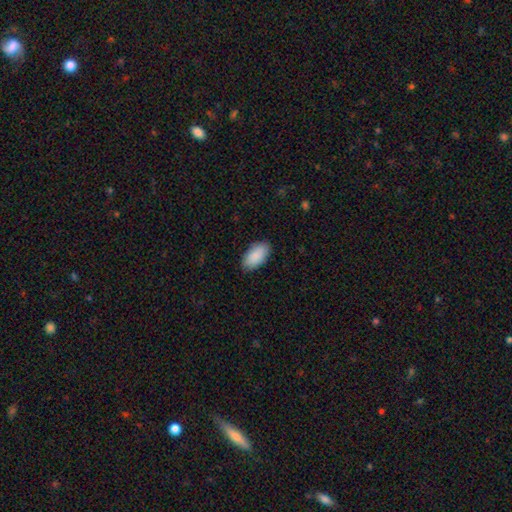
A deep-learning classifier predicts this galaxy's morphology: smooth 90%, star or artifact 6%, featured or disk 4%. Down the decision tree: how rounded — in between (95%); merging — none (86%).